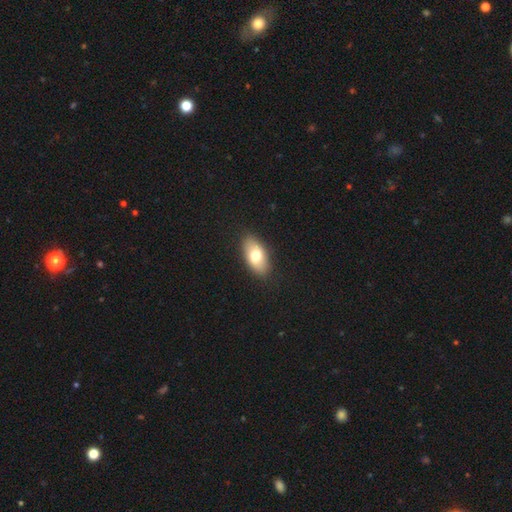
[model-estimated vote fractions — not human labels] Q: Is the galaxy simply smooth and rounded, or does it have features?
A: smooth — 72%.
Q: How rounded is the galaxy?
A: in between — 91%.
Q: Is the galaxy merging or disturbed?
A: none — 88%.